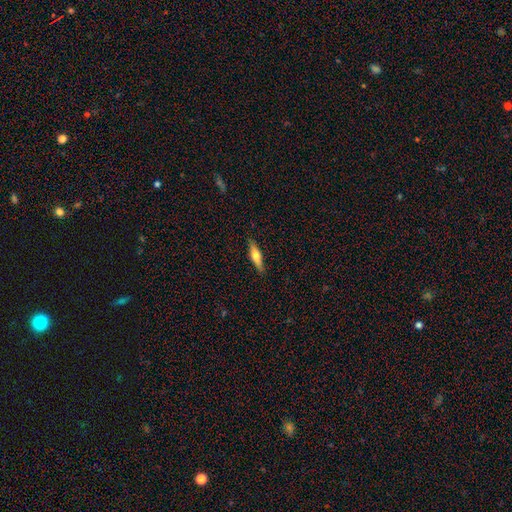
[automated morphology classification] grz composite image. It shows a smooth galaxy with no disk features (58%) that is cigar-shaped (67%). Merging: none (87%).